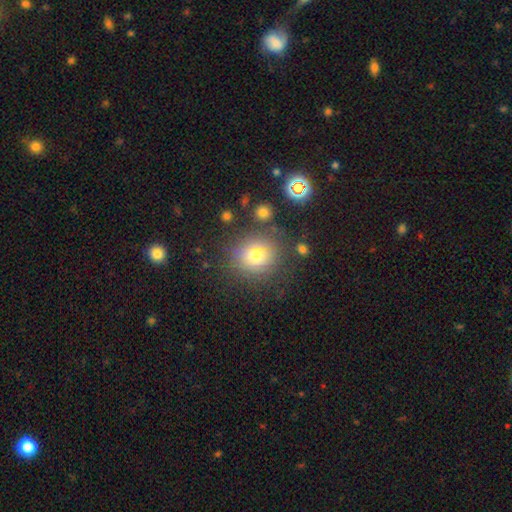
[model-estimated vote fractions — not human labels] Overall: smooth (72%). How rounded: round (80%). Merging: none (79%).